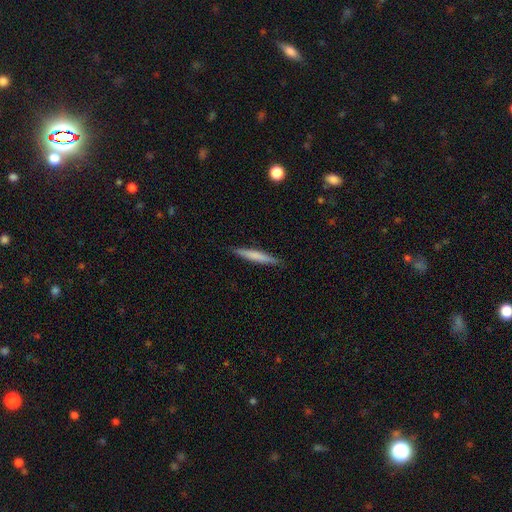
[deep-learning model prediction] Q: Smooth or featured?
A: smooth (62%); runner-up: featured or disk (33%)
Q: How rounded?
A: cigar-shaped (95%); runner-up: in between (4%)
Q: Merging?
A: none (90%); runner-up: minor disturbance (8%)